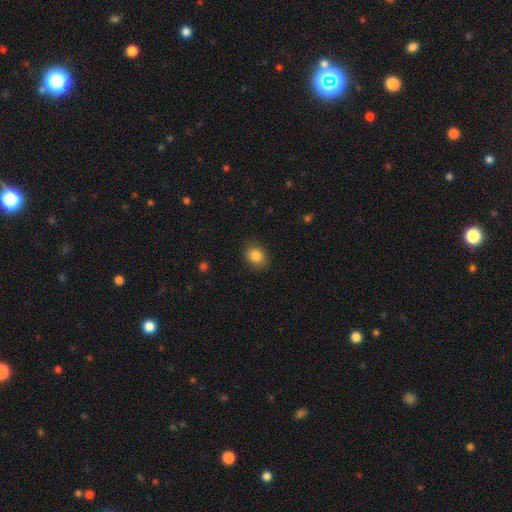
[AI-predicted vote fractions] Q: Smooth or featured?
A: smooth (84%); runner-up: star or artifact (10%)
Q: How rounded?
A: round (54%); runner-up: in between (45%)
Q: Merging?
A: none (87%); runner-up: minor disturbance (10%)